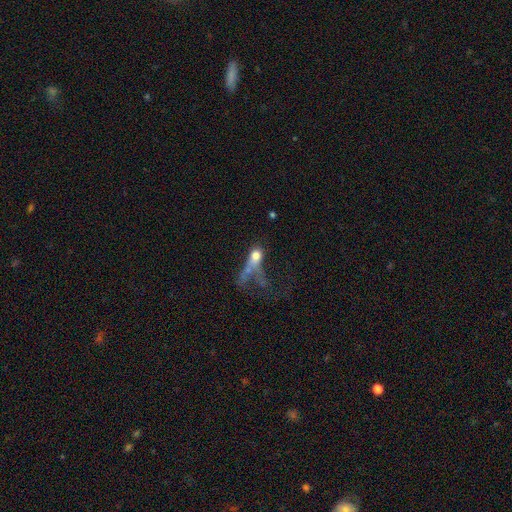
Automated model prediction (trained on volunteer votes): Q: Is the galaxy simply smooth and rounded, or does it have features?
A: smooth — 56%.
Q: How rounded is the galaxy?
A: in between — 49%.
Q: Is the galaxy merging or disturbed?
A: major disturbance — 55%.